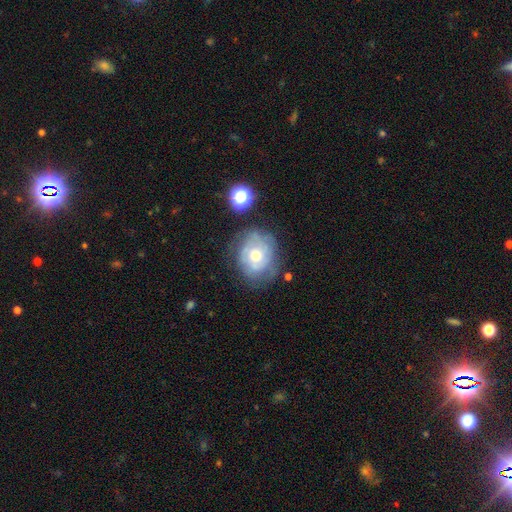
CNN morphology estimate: This is likely a featured or disk galaxy (62%). It is clearly not viewed edge-on (97%). Bar: clearly no (82%). Spiral arm pattern: likely yes (70%). Central bulge: likely moderate (63%). Merging: likely none (64%).